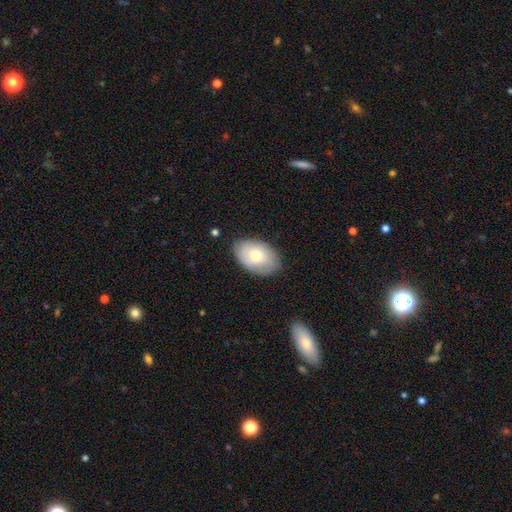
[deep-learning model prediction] A smooth galaxy with no disk features (67%) that is in between round and cigar-shaped (87%). Merging: none (82%).